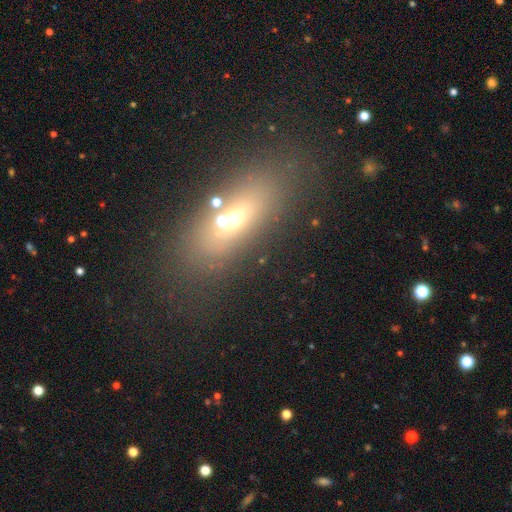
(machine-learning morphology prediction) Smooth or featured? Predicted: smooth (p=0.50). How rounded? Predicted: in between (p=0.60). Merging? Predicted: none (p=0.65).